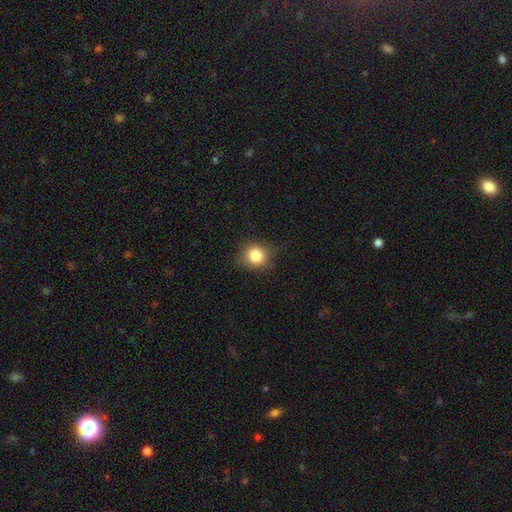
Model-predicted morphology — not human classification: smooth 82%, star or artifact 11%, featured or disk 7%. Down the decision tree: how rounded — round (83%); merging — none (80%).